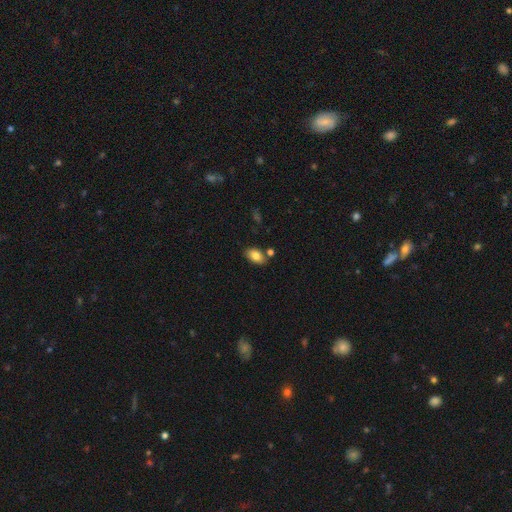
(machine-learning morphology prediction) Smooth or featured? Predicted: smooth (p=0.81). How rounded? Predicted: in between (p=0.90). Merging? Predicted: none (p=0.76).